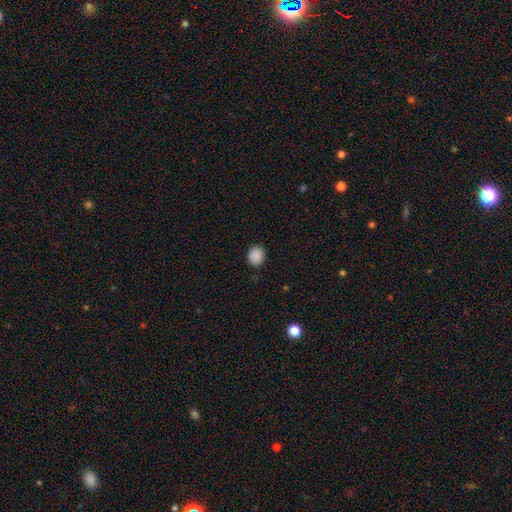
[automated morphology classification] Smooth or featured? smooth (89%)
How rounded? round (62%)
Merging? none (88%)